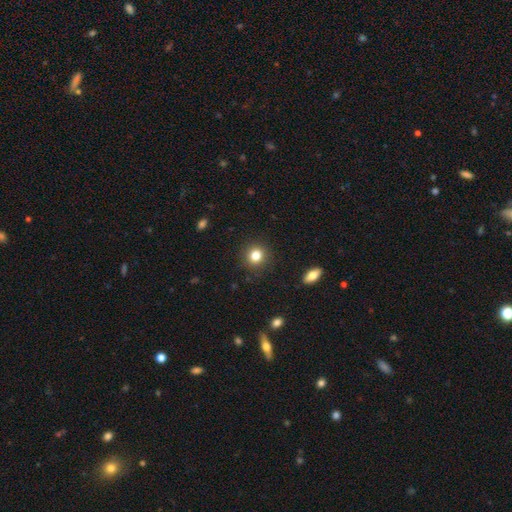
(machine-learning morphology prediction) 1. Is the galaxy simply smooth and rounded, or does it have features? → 81% smooth, 12% star or artifact, 7% featured or disk.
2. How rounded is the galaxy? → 88% round, 11% in between, 1% cigar-shaped.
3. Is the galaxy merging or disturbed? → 90% none, 6% minor disturbance, 2% major disturbance, 1% merger.